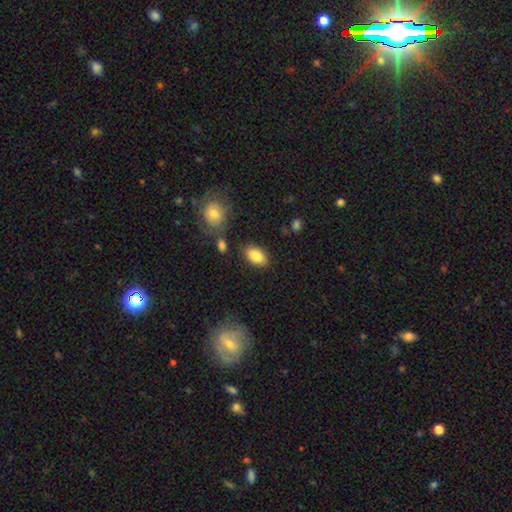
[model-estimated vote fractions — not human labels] smooth 85%, featured or disk 8%, star or artifact 7%. Down the decision tree: how rounded — in between (91%); merging — none (83%).